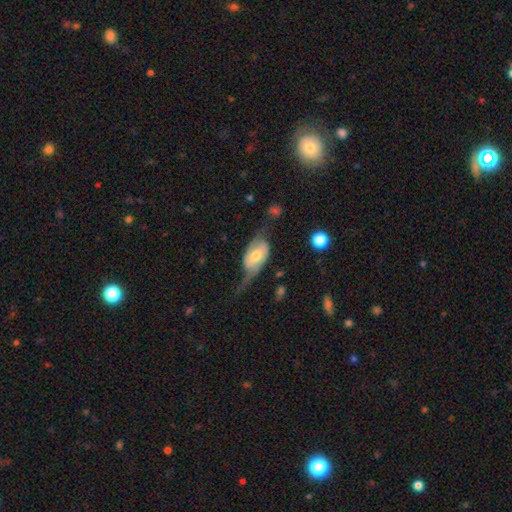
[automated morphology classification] This appears to be a featured or disk galaxy (66%) with a weak bar (42%), spiral arms (82%) and a moderate central bulge (64%). Merging: none (37%).